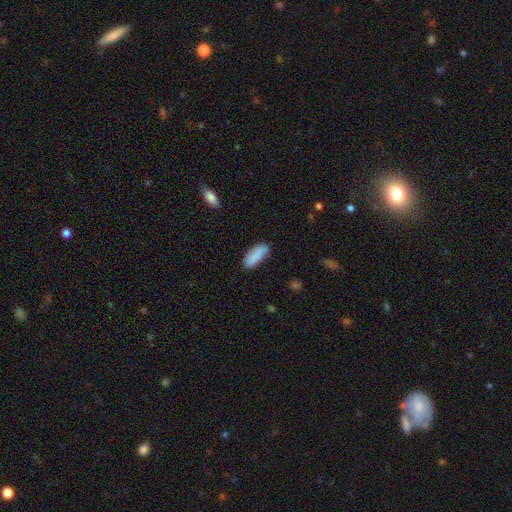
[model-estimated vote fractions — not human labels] smooth_or_featured: smooth (p=0.82) [alt: featured or disk p=0.11]
how_rounded: in between (p=0.78) [alt: cigar-shaped p=0.20]
merging: none (p=0.68) [alt: minor disturbance p=0.23]